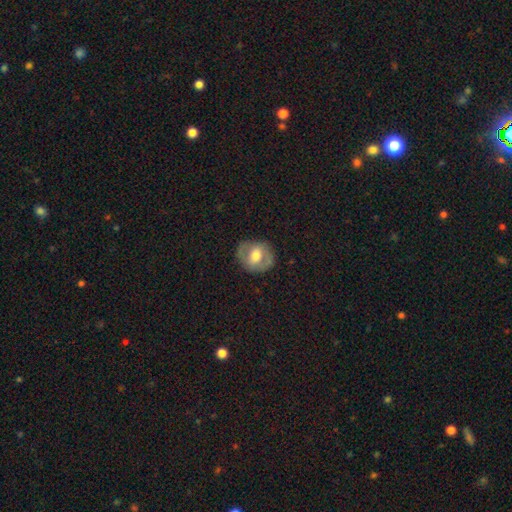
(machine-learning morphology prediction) smooth_or_featured: featured or disk (p=0.50) [alt: smooth p=0.44]
merging: none (p=0.79) [alt: minor disturbance p=0.14]